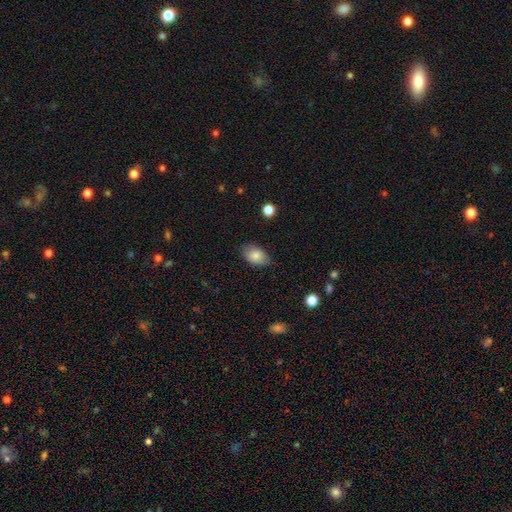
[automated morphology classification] smooth 82%, featured or disk 11%, star or artifact 7%. Down the decision tree: how rounded — in between (89%); merging — none (75%).